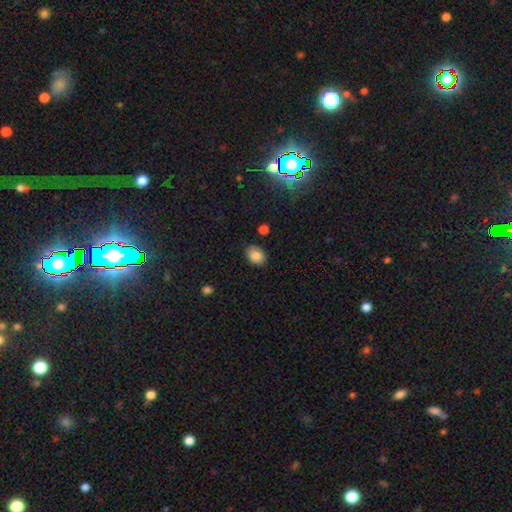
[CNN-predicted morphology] A smooth galaxy with no disk features (82%) that is in between round and cigar-shaped (72%). Merging: none (86%).